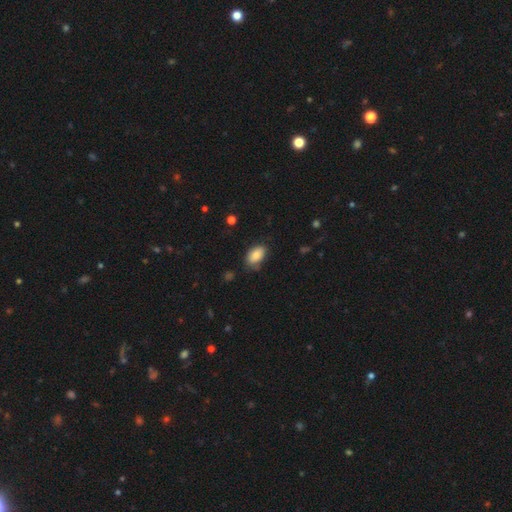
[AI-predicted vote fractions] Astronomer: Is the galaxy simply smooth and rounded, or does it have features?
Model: smooth — 86%.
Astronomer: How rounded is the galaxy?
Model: in between — 93%.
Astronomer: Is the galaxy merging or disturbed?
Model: none — 71%.